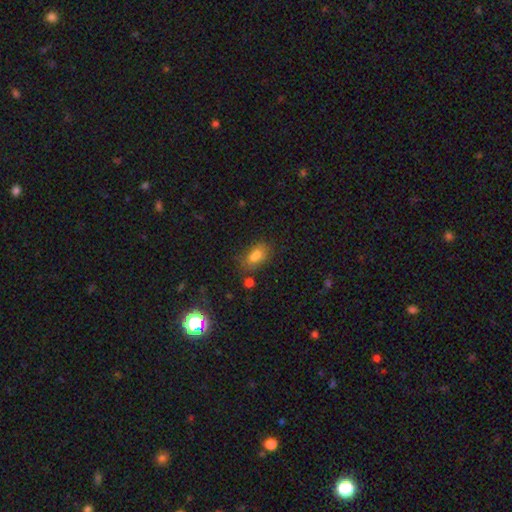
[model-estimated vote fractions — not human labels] smooth_or_featured: smooth (p=0.73) [alt: star or artifact p=0.14]
how_rounded: in between (p=0.80) [alt: round p=0.16]
merging: none (p=0.49) [alt: merger p=0.24]